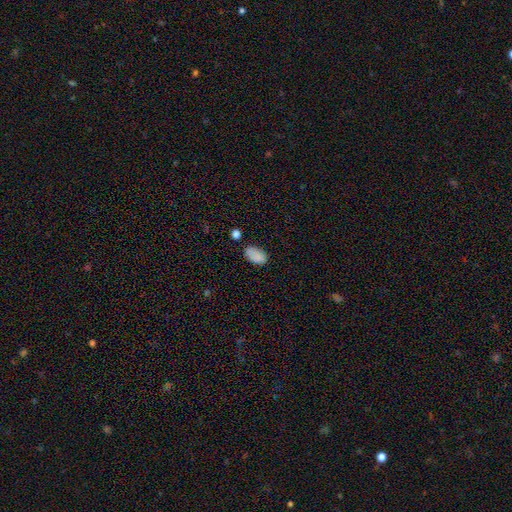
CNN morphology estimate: smooth-or-featured: smooth: 86% | star or artifact: 9% | featured or disk: 5%
  how-rounded: in between: 93% | round: 5% | cigar-shaped: 2%
  merging: none: 73% | minor disturbance: 18% | merger: 5% | major disturbance: 4%